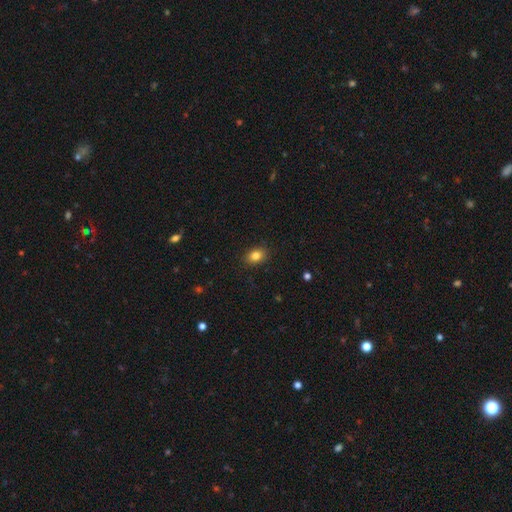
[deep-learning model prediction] smooth_or_featured: smooth (p=0.84) [alt: star or artifact p=0.10]
how_rounded: in between (p=0.73) [alt: round p=0.26]
merging: none (p=0.87) [alt: minor disturbance p=0.09]